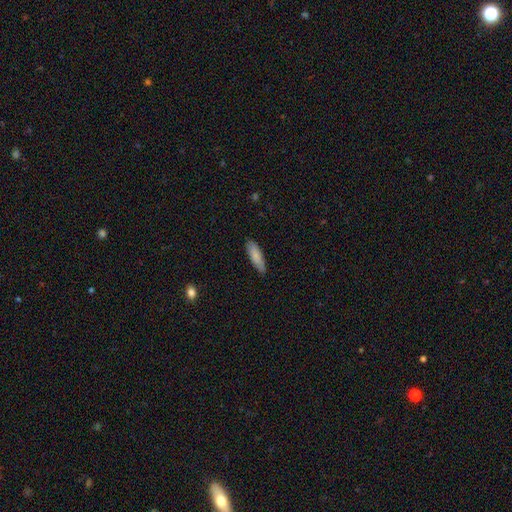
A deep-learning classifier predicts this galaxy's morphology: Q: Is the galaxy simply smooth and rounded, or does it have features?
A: smooth — 84%.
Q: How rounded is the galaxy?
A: cigar-shaped — 54%.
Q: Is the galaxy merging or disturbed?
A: none — 85%.